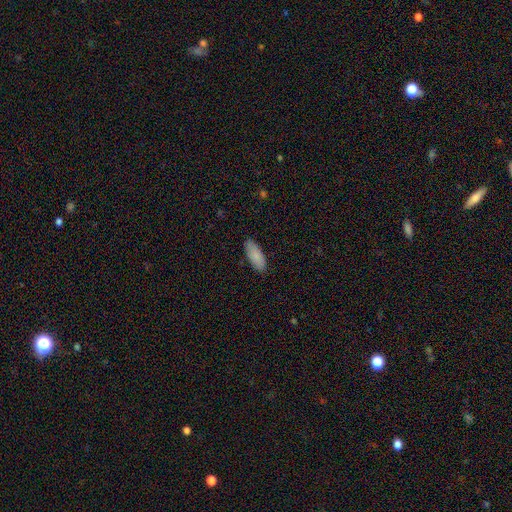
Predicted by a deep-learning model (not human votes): Smooth or featured?
  - smooth: 87% *
  - featured or disk: 8%
  - star or artifact: 6%
How rounded?
  - in between: 79% *
  - cigar-shaped: 20%
  - round: 2%
Merging?
  - none: 86% *
  - minor disturbance: 11%
  - major disturbance: 2%
  - merger: 1%